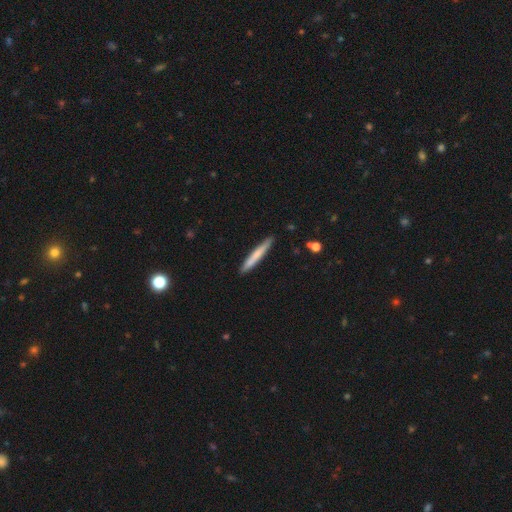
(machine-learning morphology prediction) The model was most divided on "smooth or featured": smooth: 68%, featured or disk: 27%, star or artifact: 5%. More confident: how rounded — cigar-shaped (96%); merging — none (90%).